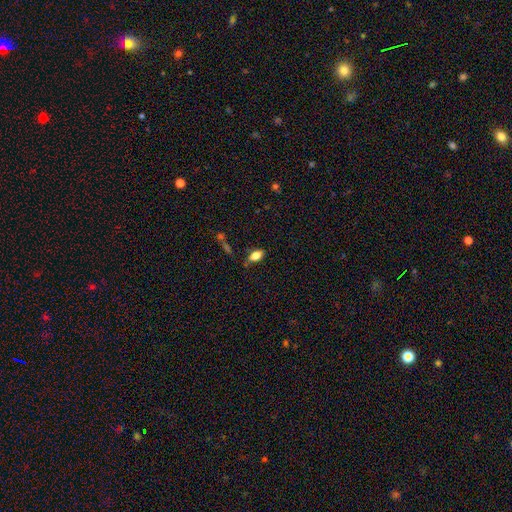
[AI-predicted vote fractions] A smooth galaxy with no disk features (79%) that is in between round and cigar-shaped (89%).

Vote fractions:
- Smooth or featured? smooth: 79% / featured or disk: 12% / star or artifact: 9%
- How rounded? in between: 89% / cigar-shaped: 6% / round: 5%
- Merging? none: 76% / minor disturbance: 15% / major disturbance: 4% / merger: 4%